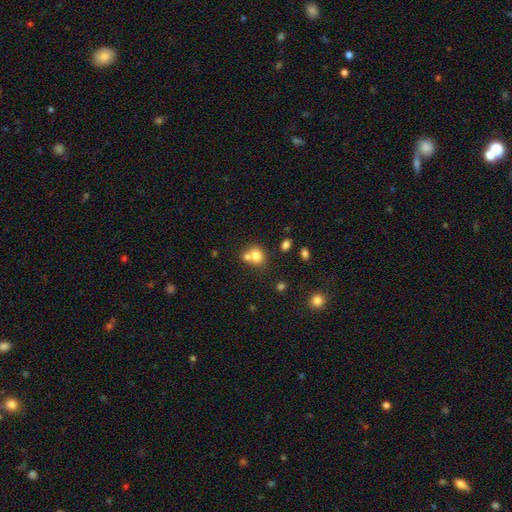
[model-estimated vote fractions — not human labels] This is likely a smooth galaxy (76%). How rounded: likely round (68%). Merging: possibly merger (51%).